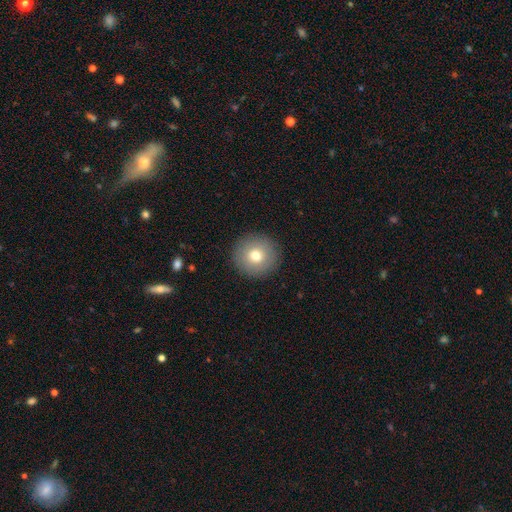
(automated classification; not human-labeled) Morphology: type=smooth (75%); roundness=round (95%); merging=none (91%).